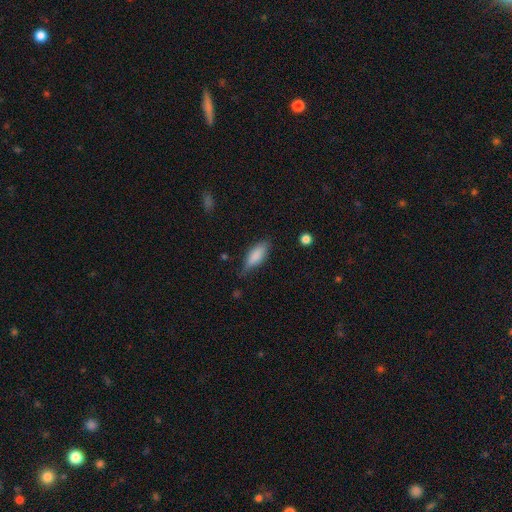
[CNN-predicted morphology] A smooth galaxy with no disk features (79%) that is in between round and cigar-shaped (68%). Merging: none (67%).